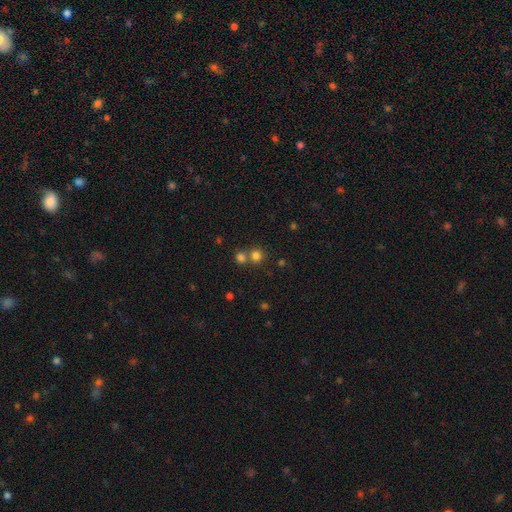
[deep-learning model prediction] The model was most divided on "merging": none: 59%, merger: 33%, minor disturbance: 6%, major disturbance: 2%. More confident: how rounded — round (89%); smooth or featured — smooth (77%).